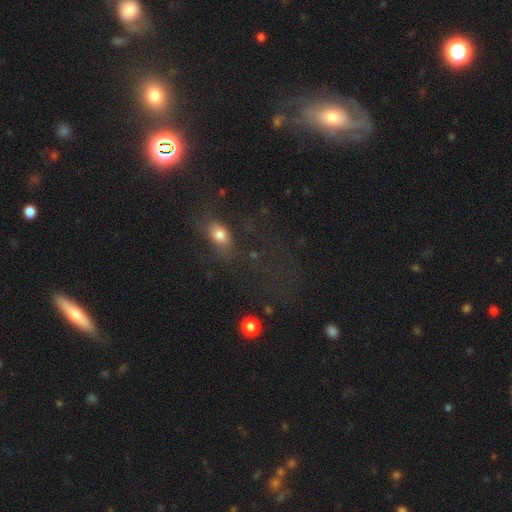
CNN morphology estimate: Smooth or featured? star or artifact (41%)